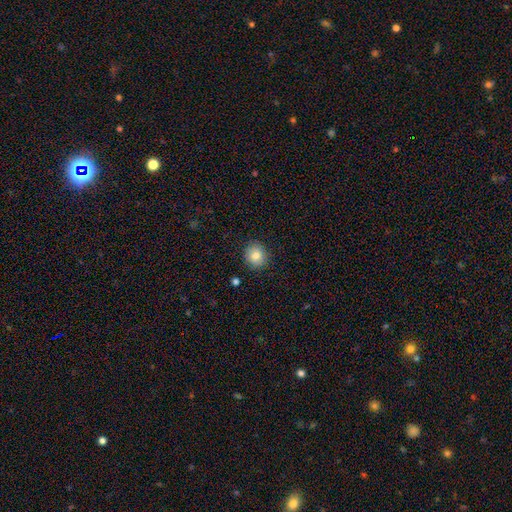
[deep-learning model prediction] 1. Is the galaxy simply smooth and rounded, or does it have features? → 82% smooth, 10% star or artifact, 8% featured or disk.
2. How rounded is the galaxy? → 81% round, 18% in between, 1% cigar-shaped.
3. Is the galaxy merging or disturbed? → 89% none, 8% minor disturbance, 2% major disturbance, 1% merger.